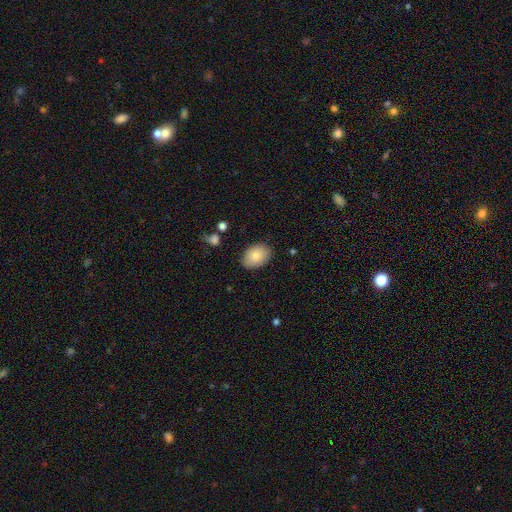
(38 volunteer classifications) smooth 84%, featured or disk 11%, star or artifact 5%. Down the decision tree: how rounded — in between (81%); merging — none (81%).